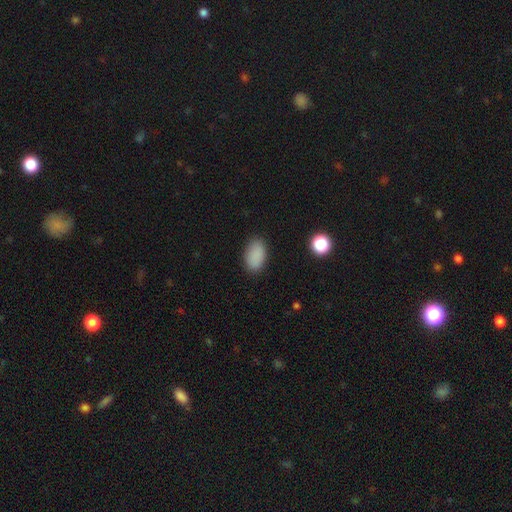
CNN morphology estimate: A smooth galaxy with no disk features (87%) that is in between round and cigar-shaped (93%). Merging: none (86%).